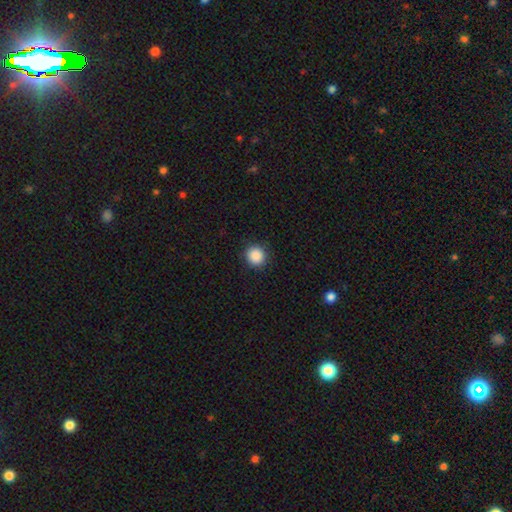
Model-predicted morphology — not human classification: smooth-or-featured: smooth: 89% | star or artifact: 9% | featured or disk: 2%
  how-rounded: round: 93% | in between: 6% | cigar-shaped: 1%
  merging: none: 91% | minor disturbance: 6% | major disturbance: 2% | merger: 1%